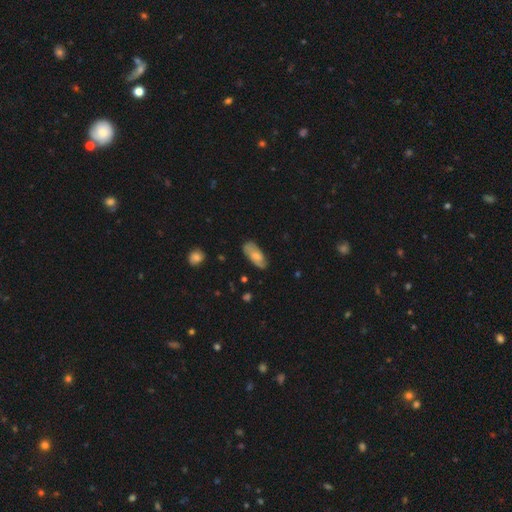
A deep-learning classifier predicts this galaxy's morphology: Q: Smooth or featured?
A: smooth (56%); runner-up: featured or disk (37%)
Q: How rounded?
A: in between (85%); runner-up: cigar-shaped (12%)
Q: Merging?
A: none (72%); runner-up: minor disturbance (22%)